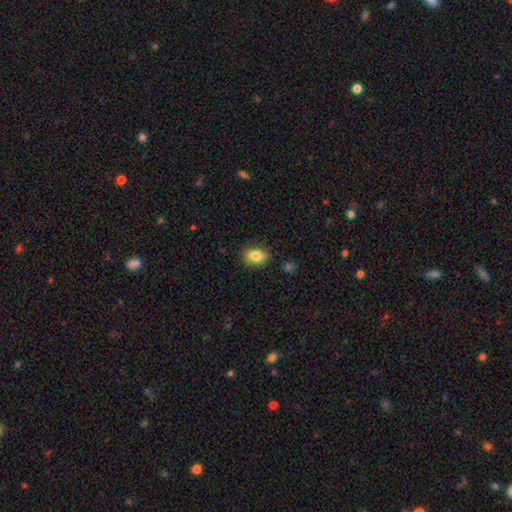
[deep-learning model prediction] Smooth or featured?
  - smooth: 84% *
  - star or artifact: 8%
  - featured or disk: 8%
How rounded?
  - in between: 74% *
  - round: 24%
  - cigar-shaped: 1%
Merging?
  - none: 84% *
  - minor disturbance: 11%
  - major disturbance: 3%
  - merger: 2%